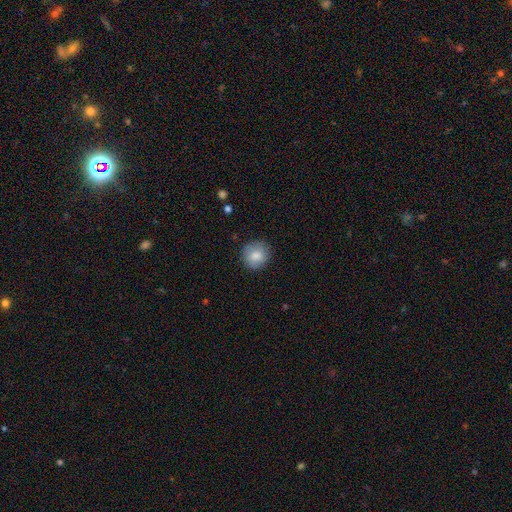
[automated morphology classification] This appears to be a smooth galaxy with no disk features (84%) that is round (89%). Merging: none (85%).